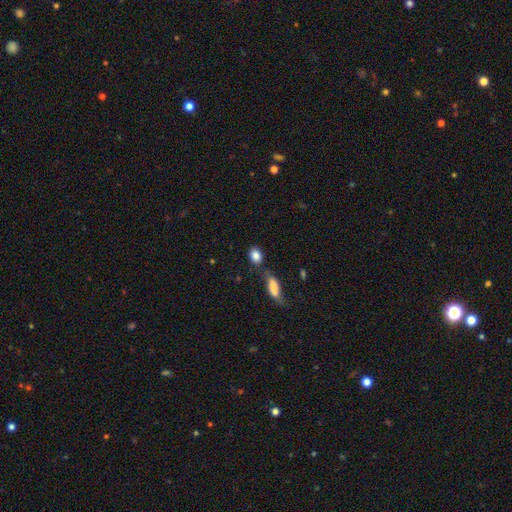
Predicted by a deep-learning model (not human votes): The model was most divided on "how rounded": in between: 68%, round: 28%, cigar-shaped: 4%. More confident: smooth or featured — smooth (86%); merging — none (62%).